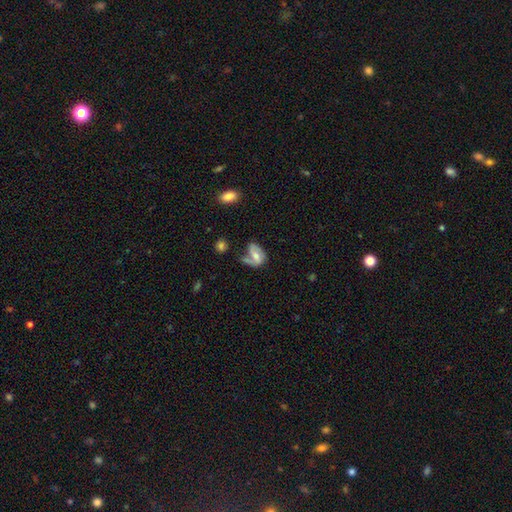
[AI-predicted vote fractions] Smooth or featured: featured or disk — 60% (smooth — 32%)
Edge-on disk: no — 96% (yes — 4%)
Bar: no — 42% (weak — 39%)
Spiral arms: yes — 79% (no — 21%)
Bulge size: moderate — 55% (small — 33%)
Merging: none — 35% (major disturbance — 29%)